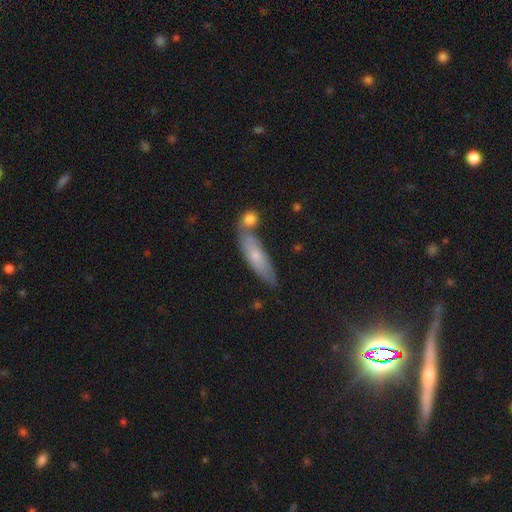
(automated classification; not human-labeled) This appears to be a smooth galaxy with no disk features (60%) that is cigar-shaped (56%). Merging: none (56%).